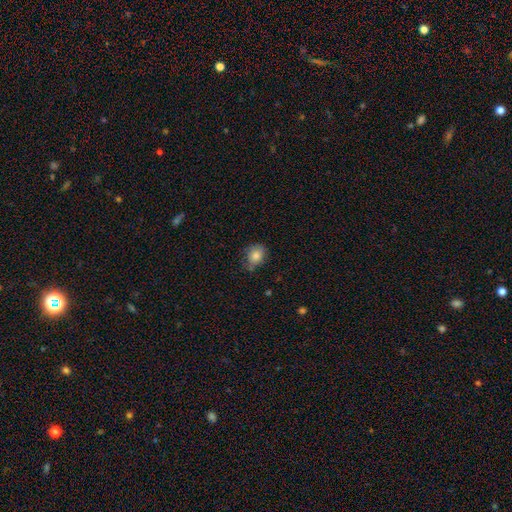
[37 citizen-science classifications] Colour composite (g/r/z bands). It shows a smooth galaxy with no disk features (86%) that is round (81%). Merging: none (41%, tied with minor disturbance).